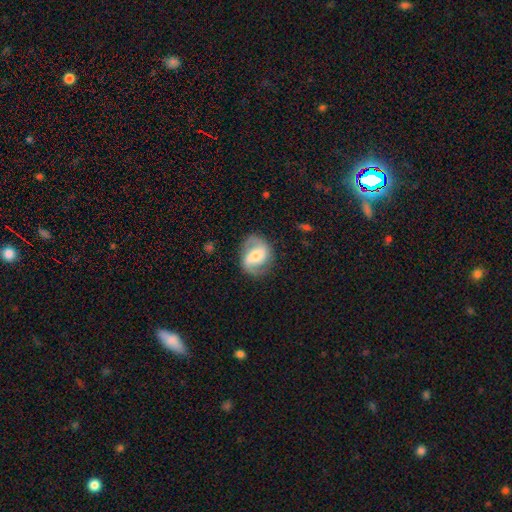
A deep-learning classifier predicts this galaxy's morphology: This is likely a featured or disk galaxy (76%). It is clearly not viewed edge-on (97%). Bar: marginally weak (40%). Spiral arm pattern: clearly yes (92%). Spiral arm count: clearly 2 (90%). Spiral winding: possibly medium (47%). Central bulge: possibly moderate (49%). Merging: clearly none (81%).